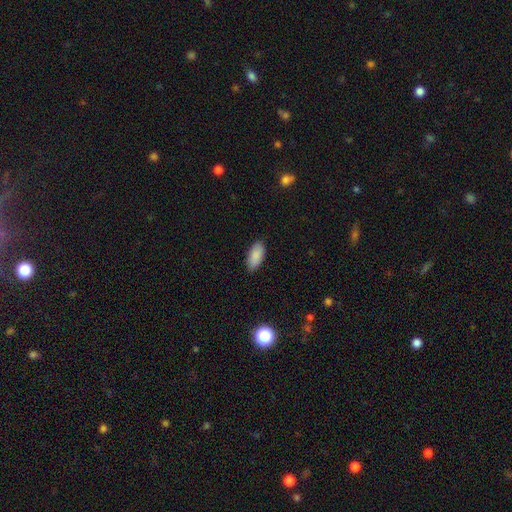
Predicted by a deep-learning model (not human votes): smooth_or_featured: smooth (p=0.89) [alt: star or artifact p=0.07]
how_rounded: in between (p=0.90) [alt: cigar-shaped p=0.08]
merging: none (p=0.87) [alt: minor disturbance p=0.10]